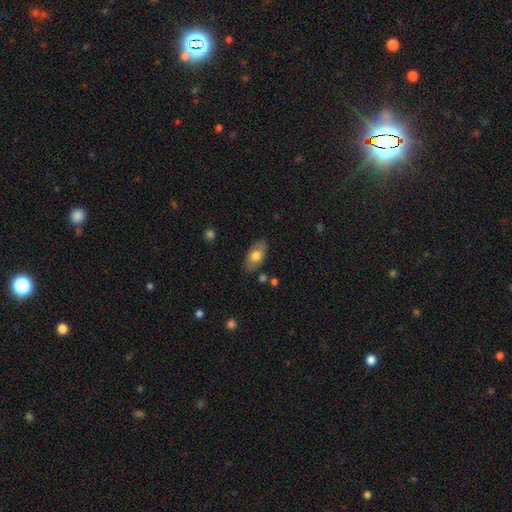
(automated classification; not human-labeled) Smooth or featured? Predicted: smooth (p=0.68). How rounded? Predicted: in between (p=0.93). Merging? Predicted: none (p=0.83).